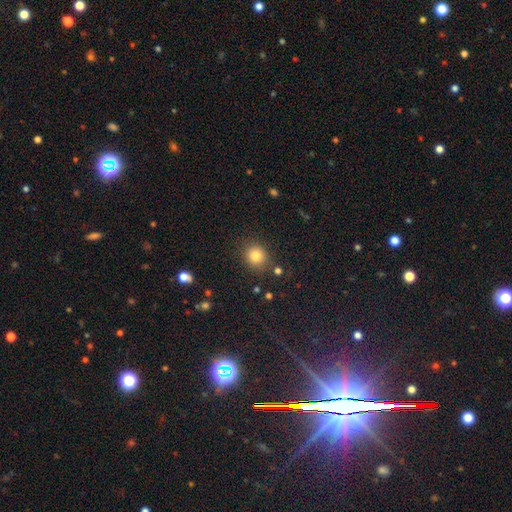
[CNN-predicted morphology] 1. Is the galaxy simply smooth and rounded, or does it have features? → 82% smooth, 12% star or artifact, 6% featured or disk.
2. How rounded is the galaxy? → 83% round, 16% in between, 1% cigar-shaped.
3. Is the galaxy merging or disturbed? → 84% none, 9% minor disturbance, 3% merger, 3% major disturbance.